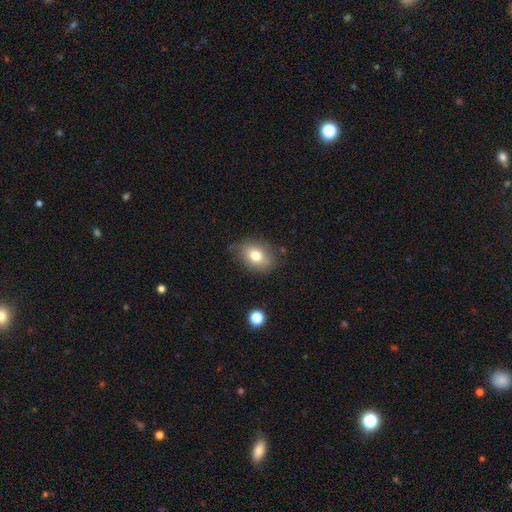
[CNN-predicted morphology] Q: Smooth or featured?
A: smooth (77%); runner-up: featured or disk (13%)
Q: How rounded?
A: in between (73%); runner-up: round (25%)
Q: Merging?
A: none (77%); runner-up: minor disturbance (17%)